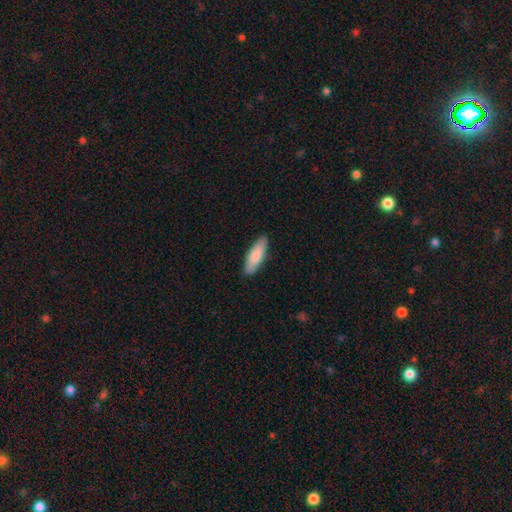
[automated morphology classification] smooth-or-featured: smooth: 84% | featured or disk: 11% | star or artifact: 5%
  how-rounded: cigar-shaped: 51% | in between: 47% | round: 2%
  merging: none: 88% | minor disturbance: 10% | major disturbance: 2% | merger: 1%